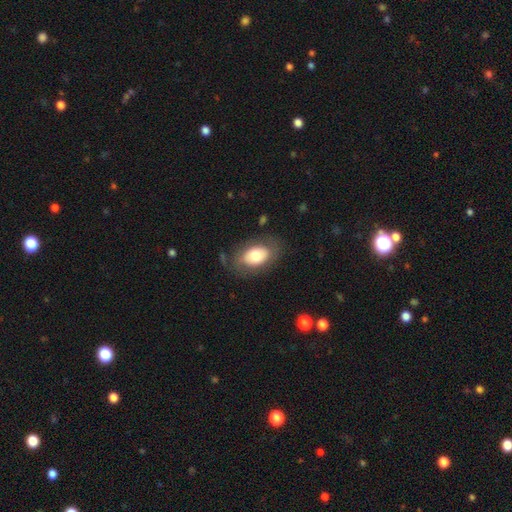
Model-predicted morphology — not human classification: A smooth galaxy with no disk features (67%) that is in between round and cigar-shaped (87%).

Vote fractions:
- Smooth or featured? smooth: 67% / featured or disk: 26% / star or artifact: 7%
- How rounded? in between: 87% / round: 12% / cigar-shaped: 1%
- Merging? none: 74% / minor disturbance: 16% / major disturbance: 8% / merger: 2%